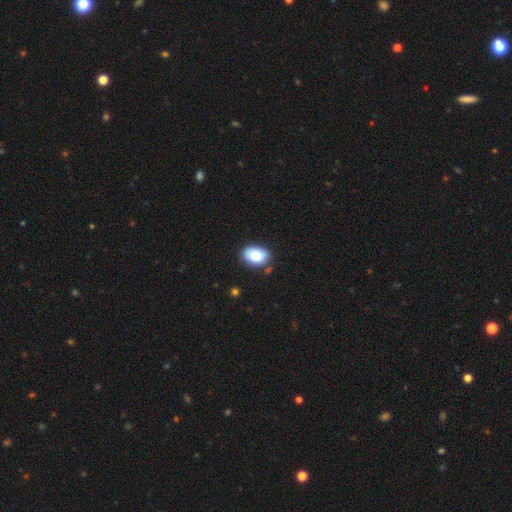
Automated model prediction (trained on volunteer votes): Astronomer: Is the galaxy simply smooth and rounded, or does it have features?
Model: smooth — 82%.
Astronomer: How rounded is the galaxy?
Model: in between — 84%.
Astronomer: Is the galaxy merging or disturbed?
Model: none — 78%.